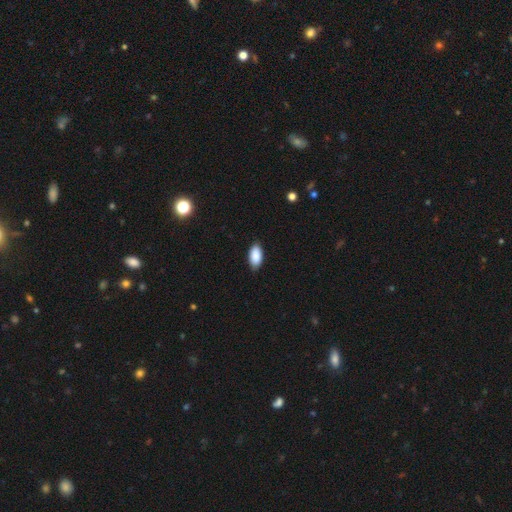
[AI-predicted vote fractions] The model was most divided on "merging": none: 86%, minor disturbance: 11%, major disturbance: 2%, merger: 1%. More confident: how rounded — in between (94%); smooth or featured — smooth (89%).